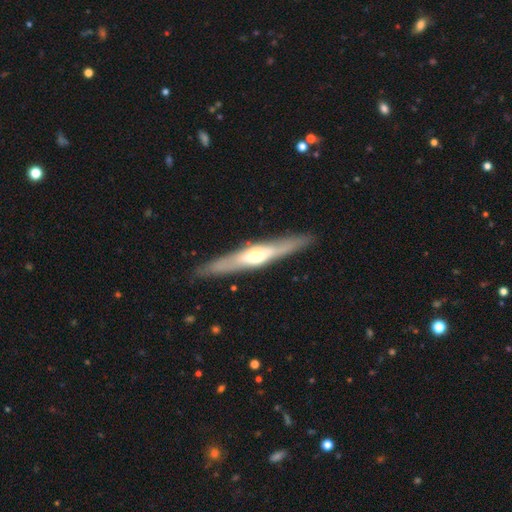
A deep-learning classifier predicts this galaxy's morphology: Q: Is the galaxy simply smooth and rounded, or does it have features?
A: featured or disk — 66%.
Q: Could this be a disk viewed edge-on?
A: yes — 91%.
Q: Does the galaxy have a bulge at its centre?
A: rounded — 83%.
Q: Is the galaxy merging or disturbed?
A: none — 88%.